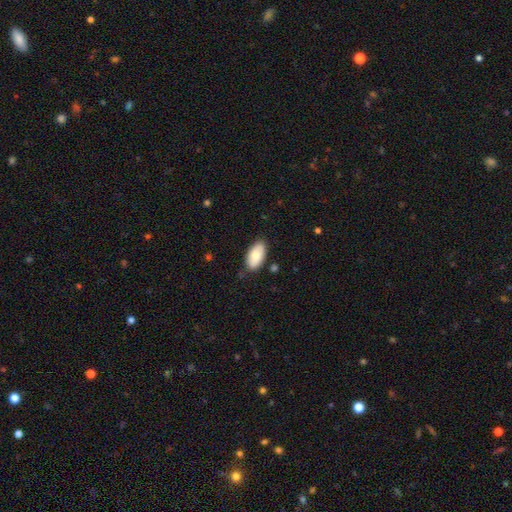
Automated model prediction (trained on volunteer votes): Overall: smooth (76%). How rounded: in between (94%). Merging: none (83%).